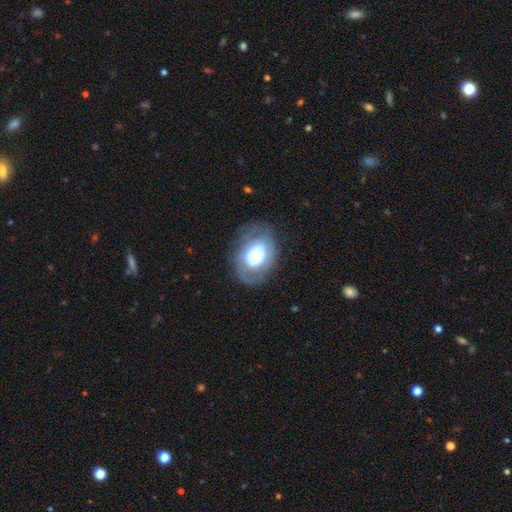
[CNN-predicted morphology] This appears to be a featured or disk galaxy (54%) with no bar (82%), no spiral arms (56%) and a moderate central bulge (41%). Merging: none (65%).